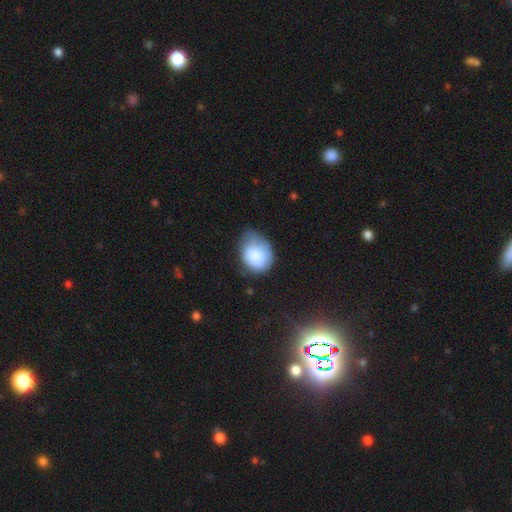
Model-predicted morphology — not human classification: Overall: smooth (82%). How rounded: in between (56%; round 44%). Merging: minor disturbance (45%; none 37%).